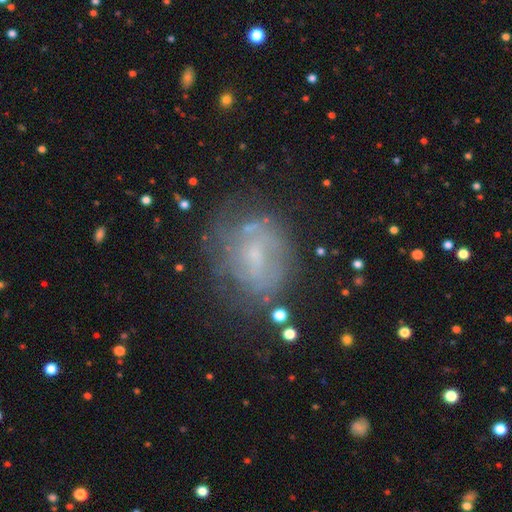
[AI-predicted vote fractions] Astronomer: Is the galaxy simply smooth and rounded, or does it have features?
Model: featured or disk — 56%.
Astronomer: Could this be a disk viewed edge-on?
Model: no — 97%.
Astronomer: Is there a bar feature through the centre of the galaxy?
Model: no — 58% (runner-up: weak, 35%).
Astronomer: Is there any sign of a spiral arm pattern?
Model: yes — 55% (runner-up: no, 45%).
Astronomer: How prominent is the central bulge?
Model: small — 62%.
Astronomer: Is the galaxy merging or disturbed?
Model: none — 60%.